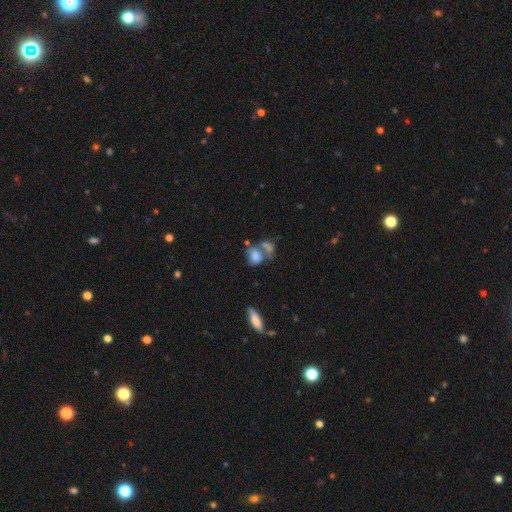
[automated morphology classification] Q: Smooth or featured?
A: smooth (73%); runner-up: featured or disk (17%)
Q: How rounded?
A: in between (66%); runner-up: round (31%)
Q: Merging?
A: merger (53%); runner-up: none (26%)